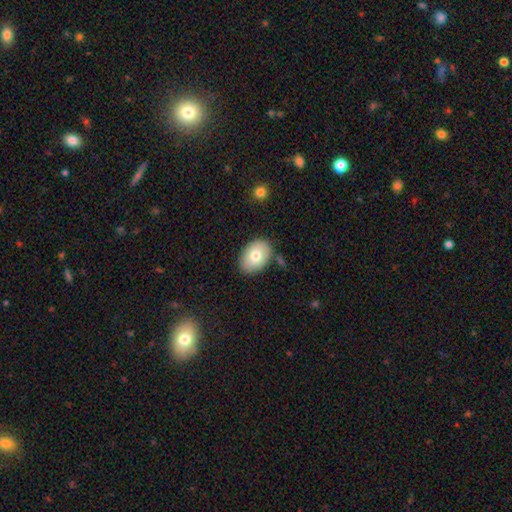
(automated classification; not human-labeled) Smooth or featured? Predicted: smooth (p=0.77). How rounded? Predicted: in between (p=0.84). Merging? Predicted: none (p=0.81).